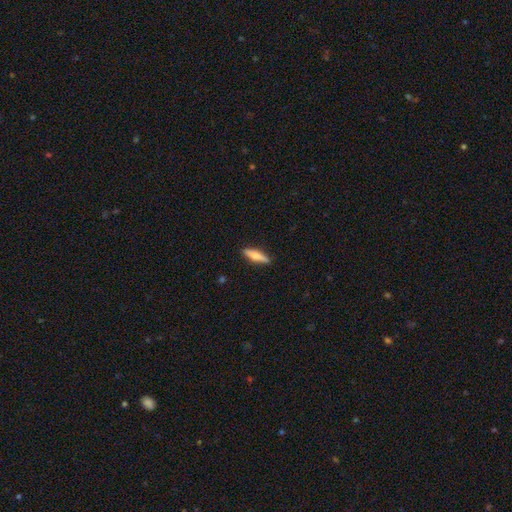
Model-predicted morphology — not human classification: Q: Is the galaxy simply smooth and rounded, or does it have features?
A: smooth — 60%.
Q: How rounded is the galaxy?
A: cigar-shaped — 74%.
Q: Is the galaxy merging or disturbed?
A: none — 89%.